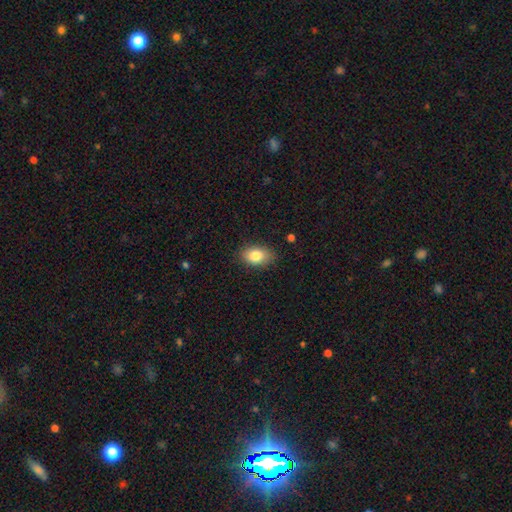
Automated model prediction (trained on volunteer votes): Overall: smooth (83%). How rounded: in between (86%). Merging: none (85%).